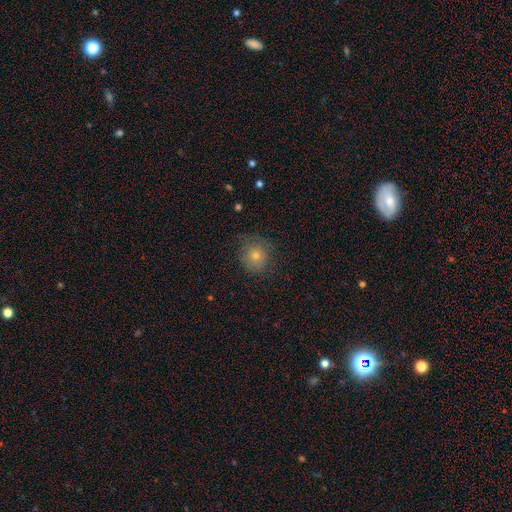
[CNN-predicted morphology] smooth-or-featured: smooth: 68% | featured or disk: 17% | star or artifact: 16%
  how-rounded: round: 88% | in between: 11% | cigar-shaped: 1%
  merging: none: 74% | minor disturbance: 18% | major disturbance: 7% | merger: 1%